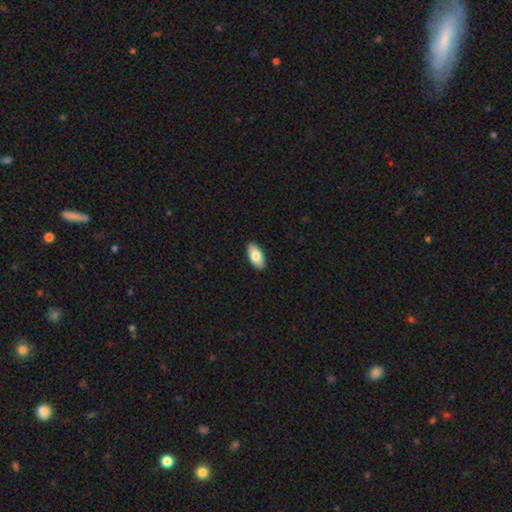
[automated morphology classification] A smooth galaxy with no disk features (80%) that is in between round and cigar-shaped (92%). Merging: none (90%).